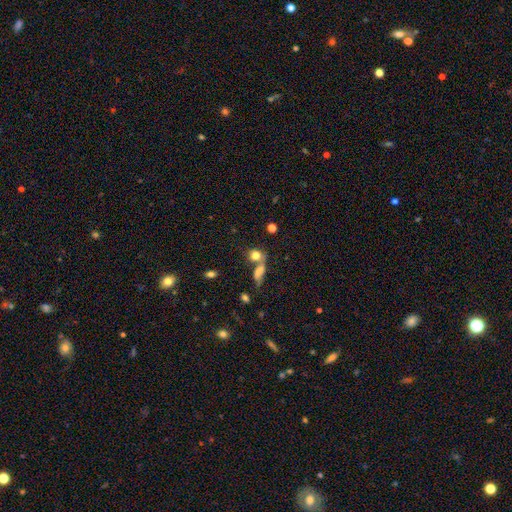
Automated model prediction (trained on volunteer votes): smooth-or-featured: smooth: 77% | star or artifact: 13% | featured or disk: 11%
  how-rounded: round: 64% | in between: 31% | cigar-shaped: 4%
  merging: none: 44% | merger: 38% | minor disturbance: 11% | major disturbance: 6%